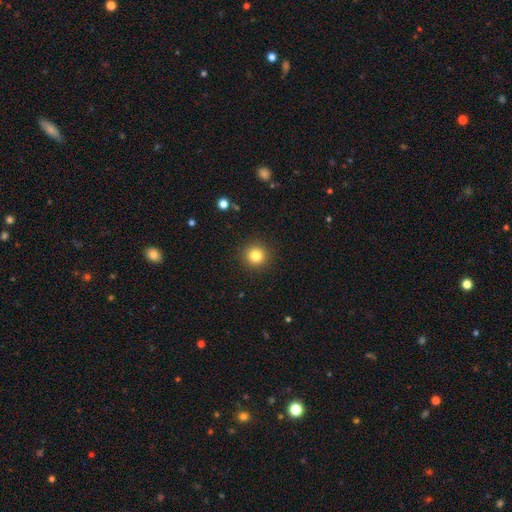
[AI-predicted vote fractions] The model was most divided on "smooth or featured": smooth: 82%, star or artifact: 12%, featured or disk: 6%. More confident: how rounded — round (95%); merging — none (92%).